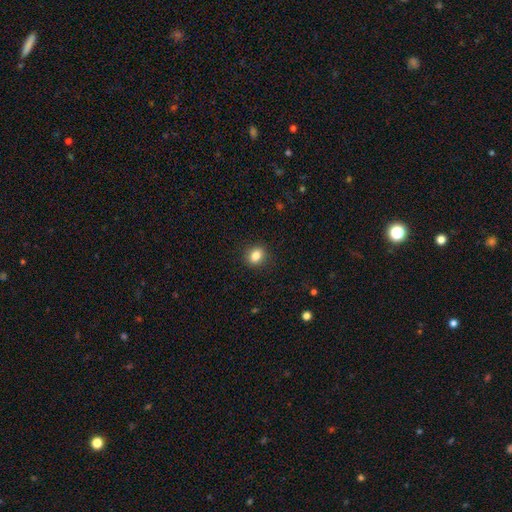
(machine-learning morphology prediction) Smooth or featured: smooth — 83% (star or artifact — 10%)
How rounded: round — 60% (in between — 39%)
Merging: none — 90% (minor disturbance — 7%)